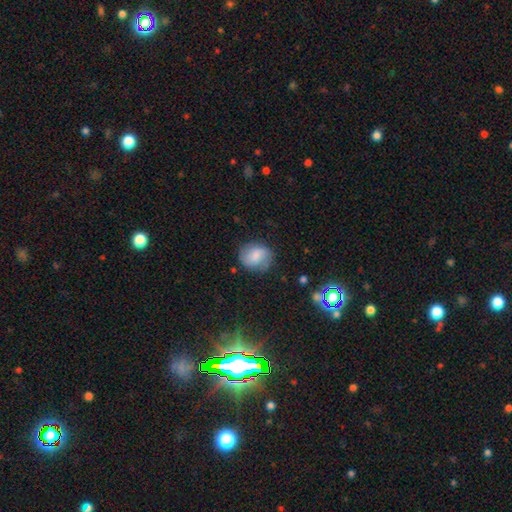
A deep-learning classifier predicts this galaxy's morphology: The model was most divided on "how rounded": round: 68%, in between: 31%, cigar-shaped: 1%. More confident: merging — none (74%); smooth or featured — smooth (70%).